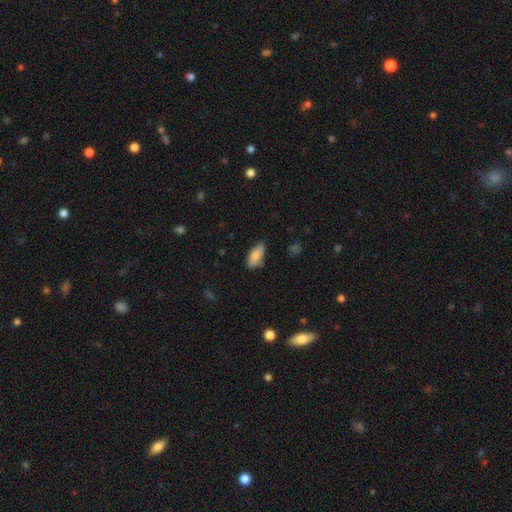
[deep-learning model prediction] The model was most divided on "merging": none: 70%, minor disturbance: 24%, major disturbance: 4%, merger: 2%. More confident: how rounded — in between (87%); smooth or featured — smooth (83%).